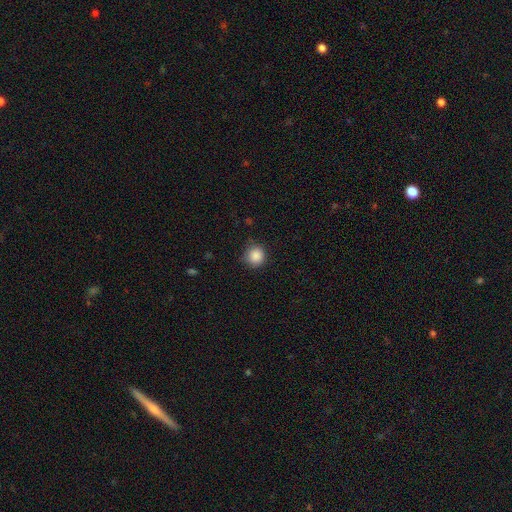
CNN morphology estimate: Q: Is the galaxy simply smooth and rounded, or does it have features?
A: smooth — 87%.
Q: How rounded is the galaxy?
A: round — 91%.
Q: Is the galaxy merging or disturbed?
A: none — 80%.